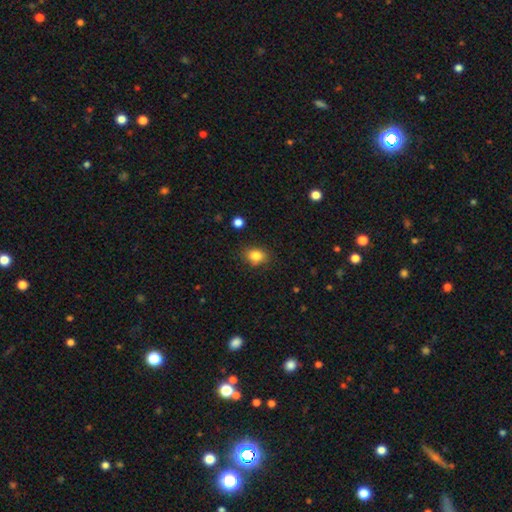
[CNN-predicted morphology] type=smooth (84%); roundness=in between (56%); merging=none (82%).